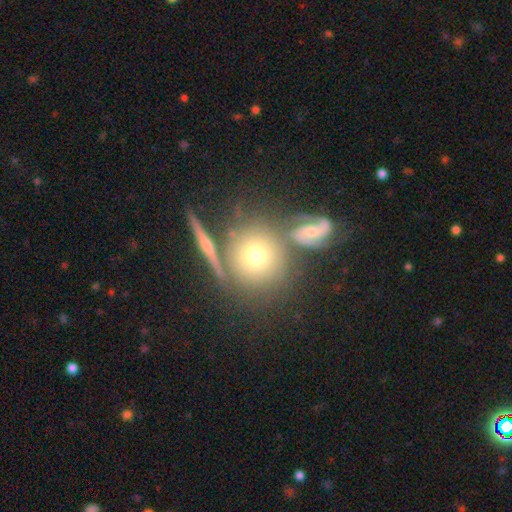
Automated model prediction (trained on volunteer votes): Q: Smooth or featured?
A: smooth (47%); runner-up: featured or disk (36%)
Q: Merging?
A: none (68%); runner-up: merger (17%)